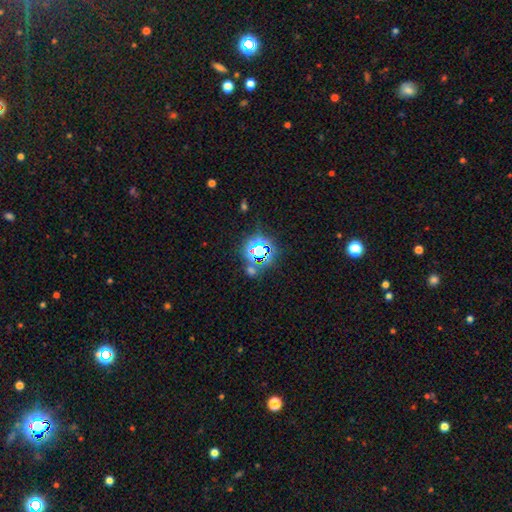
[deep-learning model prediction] smooth_or_featured: star or artifact (p=0.74) [alt: smooth p=0.17]